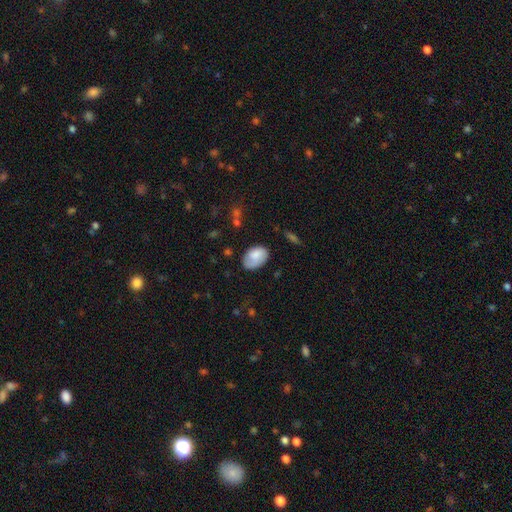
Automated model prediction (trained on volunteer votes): Smooth or featured?
  - smooth: 78% *
  - featured or disk: 15%
  - star or artifact: 7%
How rounded?
  - in between: 87% *
  - round: 11%
  - cigar-shaped: 1%
Merging?
  - none: 63% *
  - minor disturbance: 26%
  - major disturbance: 8%
  - merger: 3%